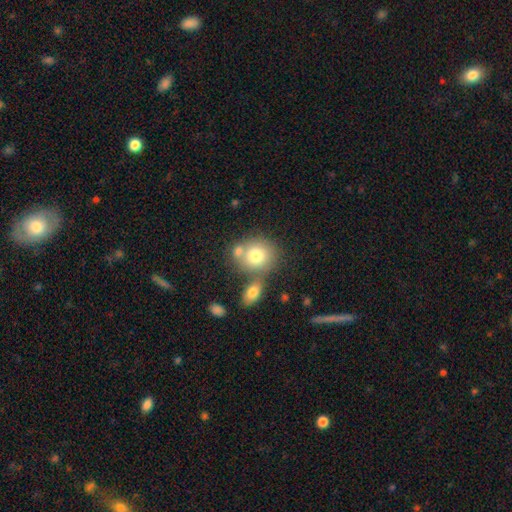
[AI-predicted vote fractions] The model was most divided on "merging": none: 48%, merger: 37%, minor disturbance: 11%, major disturbance: 4%. More confident: smooth or featured — smooth (75%); how rounded — round (75%).